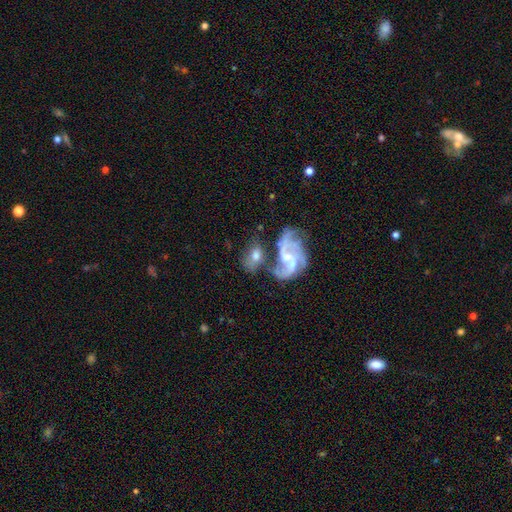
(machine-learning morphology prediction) A featured or disk galaxy (53%) with no bar (59%), spiral arms (68%) and a moderate central bulge (43%).

Vote fractions:
- Smooth or featured? featured or disk: 53% / smooth: 37% / star or artifact: 9%
- Edge-on disk? no: 95% / yes: 5%
- Bar? no: 59% / weak: 33% / strong: 9%
- Spiral arms? yes: 68% / no: 32%
- Bulge size? moderate: 43% / small: 36% / none: 11% / large: 9% / dominant: 2%
- Merging? merger: 47% / none: 23% / major disturbance: 17% / minor disturbance: 13%